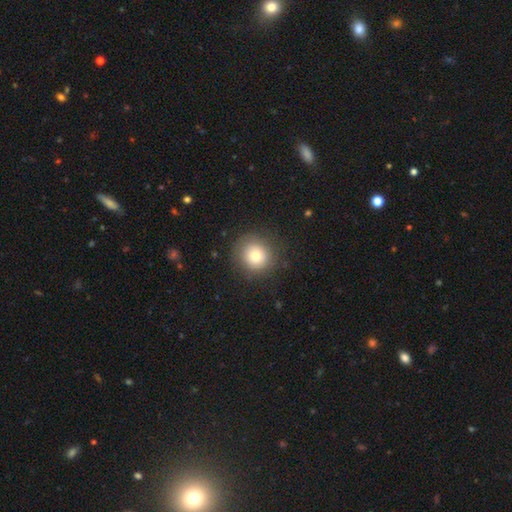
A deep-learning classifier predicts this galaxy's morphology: A smooth galaxy with no disk features (75%) that is round (92%).

Vote fractions:
- Smooth or featured? smooth: 75% / featured or disk: 14% / star or artifact: 11%
- How rounded? round: 92% / in between: 7% / cigar-shaped: 1%
- Merging? none: 86% / minor disturbance: 9% / major disturbance: 4% / merger: 1%